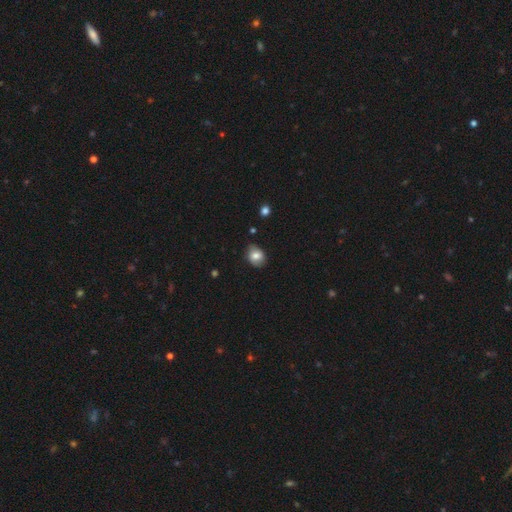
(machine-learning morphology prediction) type=smooth (77%); roundness=in between (55%); merging=none (72%).